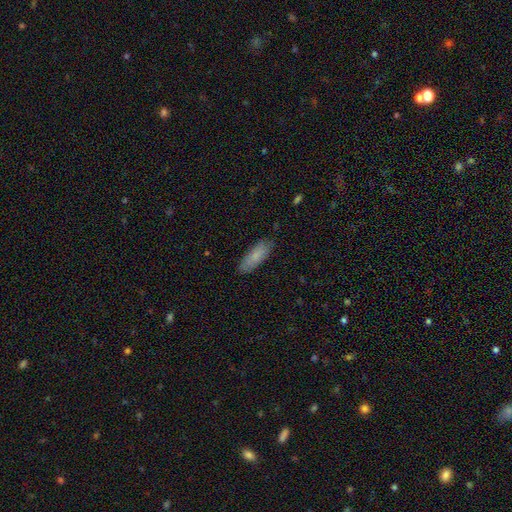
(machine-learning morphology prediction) A smooth galaxy with no disk features (80%) that is in between round and cigar-shaped (56%).

Vote fractions:
- Smooth or featured? smooth: 80% / featured or disk: 14% / star or artifact: 6%
- How rounded? in between: 56% / cigar-shaped: 42% / round: 2%
- Merging? none: 84% / minor disturbance: 13% / major disturbance: 2% / merger: 1%